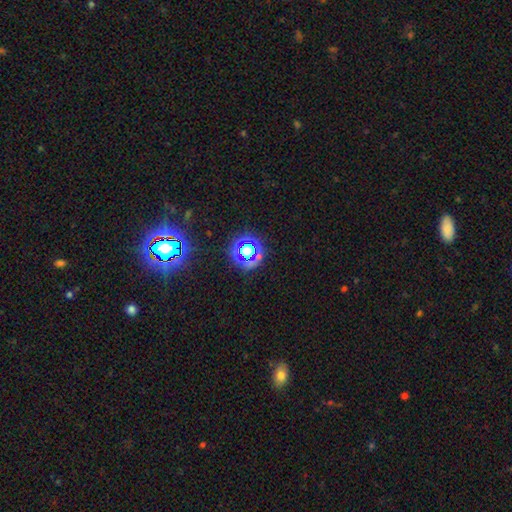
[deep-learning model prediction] Q: Smooth or featured?
A: star or artifact (75%); runner-up: smooth (16%)